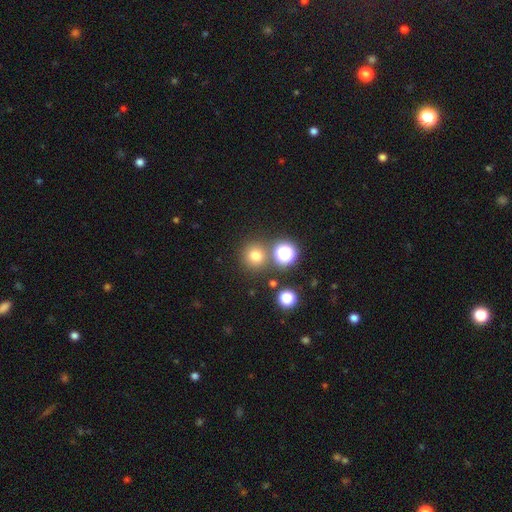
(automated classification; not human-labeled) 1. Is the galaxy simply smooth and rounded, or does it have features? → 72% smooth, 21% star or artifact, 7% featured or disk.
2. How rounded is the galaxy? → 93% round, 6% in between, 1% cigar-shaped.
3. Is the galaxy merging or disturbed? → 80% none, 10% merger, 7% minor disturbance, 3% major disturbance.